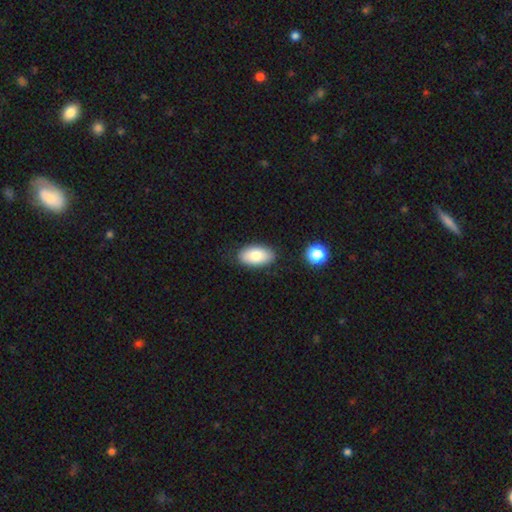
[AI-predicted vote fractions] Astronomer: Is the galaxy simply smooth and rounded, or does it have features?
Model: smooth — 81%.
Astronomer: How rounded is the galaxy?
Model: in between — 94%.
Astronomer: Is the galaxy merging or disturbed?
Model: none — 83%.